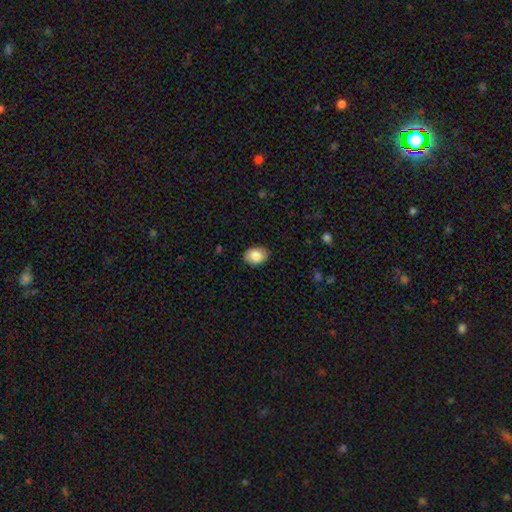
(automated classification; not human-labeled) Smooth or featured: smooth — 85% (featured or disk — 8%)
How rounded: in between — 72% (round — 27%)
Merging: none — 87% (minor disturbance — 10%)